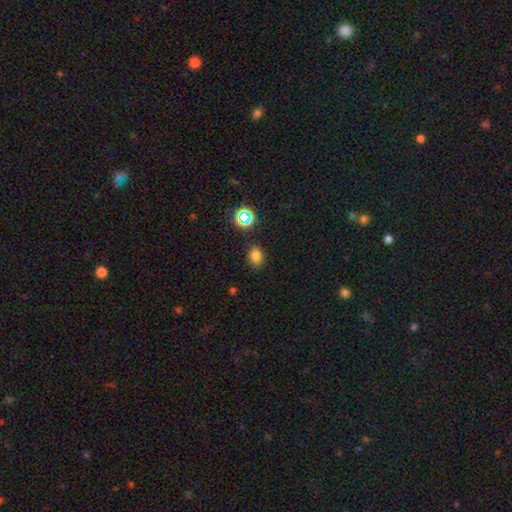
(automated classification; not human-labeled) Smooth or featured?
  - smooth: 77% *
  - star or artifact: 18%
  - featured or disk: 5%
How rounded?
  - in between: 53% *
  - round: 46%
  - cigar-shaped: 1%
Merging?
  - none: 85% *
  - minor disturbance: 10%
  - major disturbance: 3%
  - merger: 2%